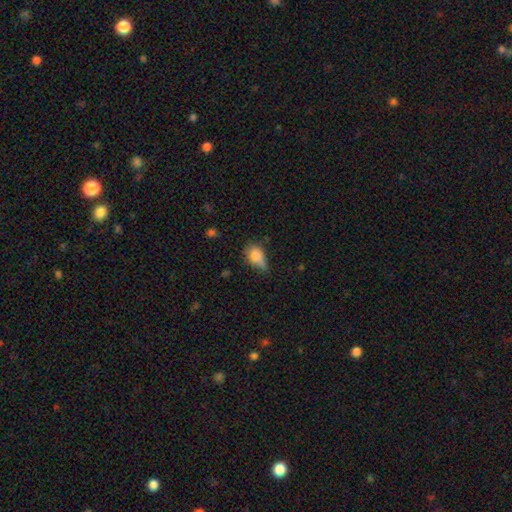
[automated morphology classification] Overall: smooth (79%). How rounded: in between (79%). Merging: minor disturbance (45%; none 35%).